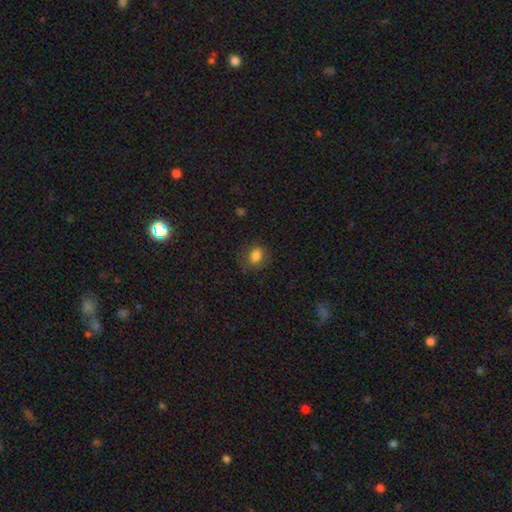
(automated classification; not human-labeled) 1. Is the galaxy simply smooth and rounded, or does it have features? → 81% smooth, 11% star or artifact, 7% featured or disk.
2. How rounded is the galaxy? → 58% round, 41% in between, 1% cigar-shaped.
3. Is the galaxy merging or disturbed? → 73% none, 18% minor disturbance, 8% major disturbance, 1% merger.